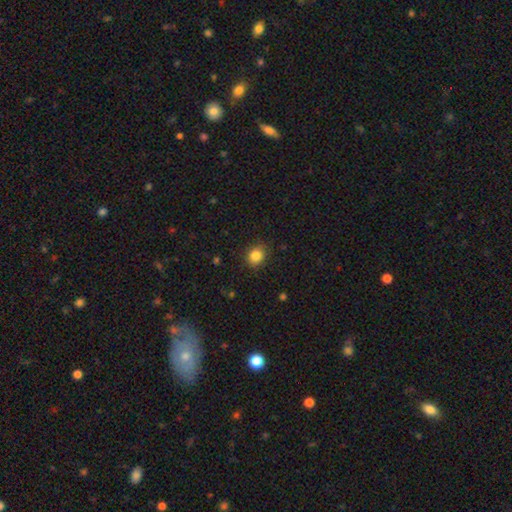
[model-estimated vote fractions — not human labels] Overall: smooth (84%). How rounded: round (73%). Merging: none (87%).